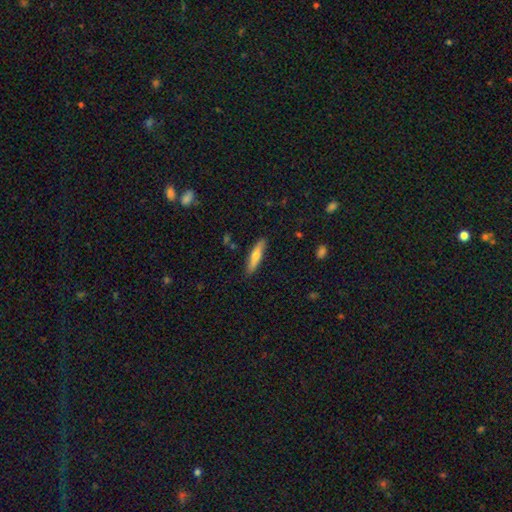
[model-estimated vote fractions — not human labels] Overall: smooth (62%; featured or disk 32%). How rounded: cigar-shaped (79%). Merging: none (88%).